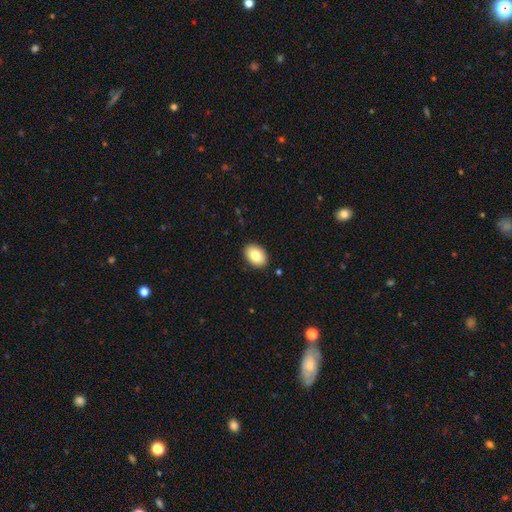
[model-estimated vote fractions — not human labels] Overall: smooth (83%). How rounded: in between (83%). Merging: none (90%).